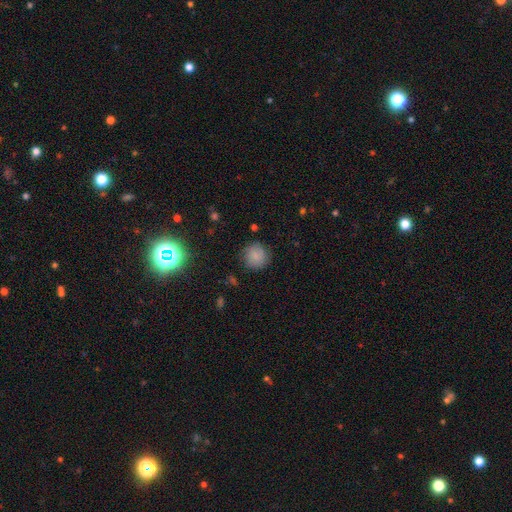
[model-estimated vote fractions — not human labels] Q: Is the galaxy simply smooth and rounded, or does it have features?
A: smooth — 82%.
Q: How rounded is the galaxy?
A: round — 91%.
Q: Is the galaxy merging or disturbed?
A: none — 83%.